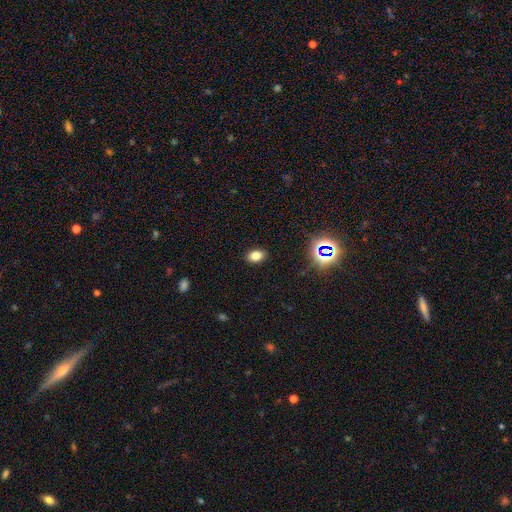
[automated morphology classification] Smooth or featured? Predicted: smooth (p=0.77). How rounded? Predicted: in between (p=0.83). Merging? Predicted: none (p=0.89).